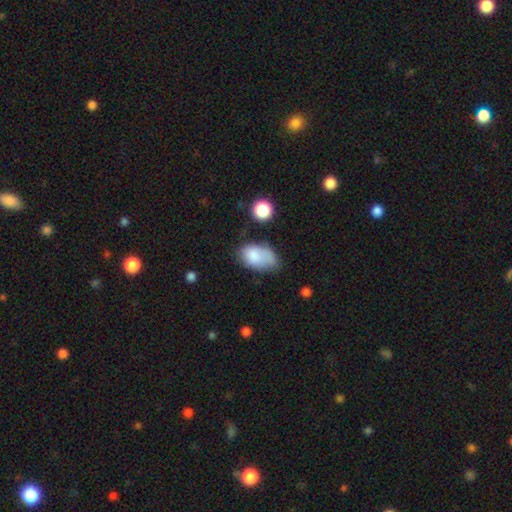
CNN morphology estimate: smooth 78%, featured or disk 13%, star or artifact 9%. Down the decision tree: how rounded — in between (90%); merging — none (38%).